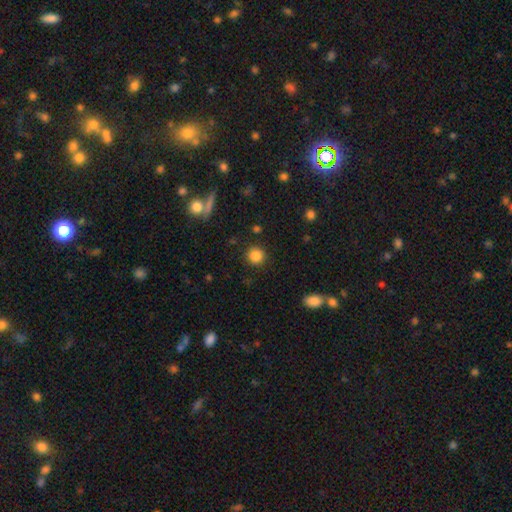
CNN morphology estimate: smooth-or-featured: smooth: 84% | star or artifact: 11% | featured or disk: 4%
  how-rounded: round: 93% | in between: 6% | cigar-shaped: 1%
  merging: none: 89% | minor disturbance: 6% | major disturbance: 3% | merger: 2%